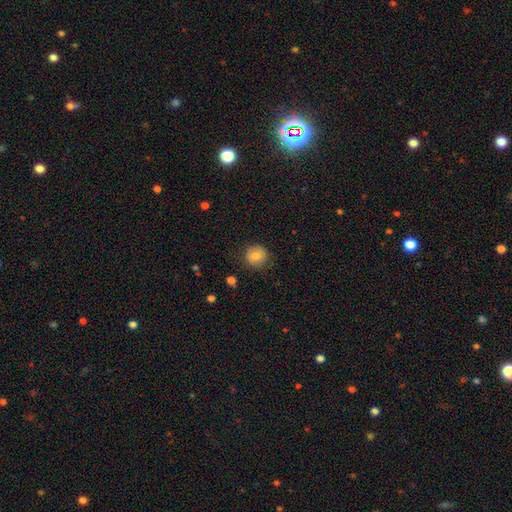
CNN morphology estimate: Overall: smooth (79%). How rounded: round (92%). Merging: none (85%).